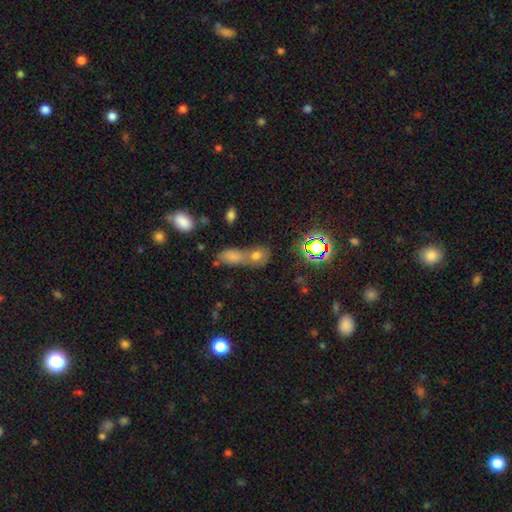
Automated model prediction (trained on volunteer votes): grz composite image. It shows a smooth galaxy with no disk features (63%) that is in between round and cigar-shaped (55%). Merging: merger (57%).